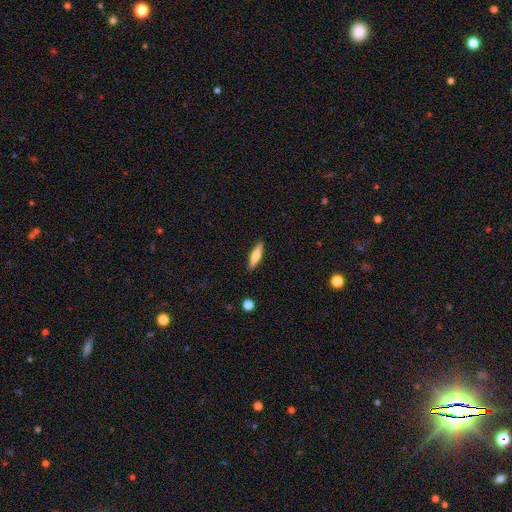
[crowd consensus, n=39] Smooth or featured? smooth (51%)
How rounded? cigar-shaped (75%)
Merging? none (97%)